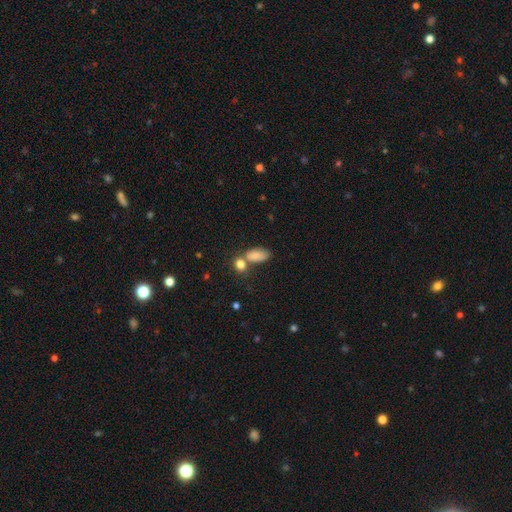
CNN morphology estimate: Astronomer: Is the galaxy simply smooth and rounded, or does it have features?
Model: smooth — 83%.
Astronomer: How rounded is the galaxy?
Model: in between — 89%.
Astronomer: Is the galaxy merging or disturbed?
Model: none — 45% (runner-up: merger, 31%).